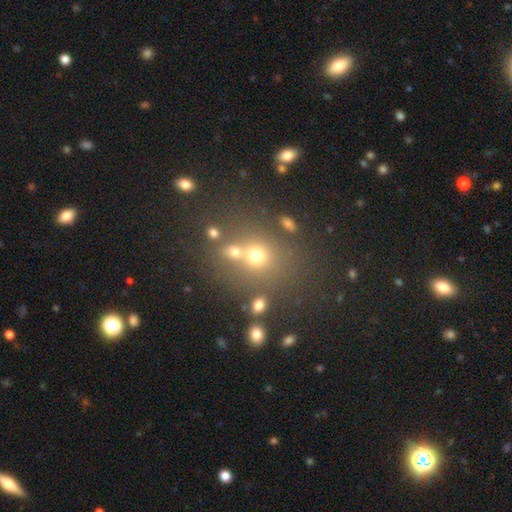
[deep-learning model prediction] Morphology: type=smooth (62%); roundness=round (74%); merging=none (53%).